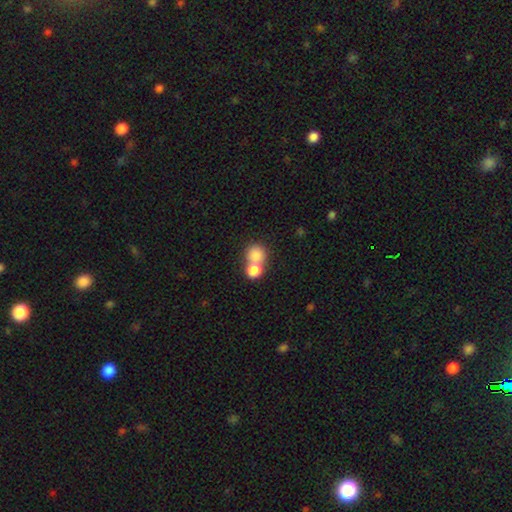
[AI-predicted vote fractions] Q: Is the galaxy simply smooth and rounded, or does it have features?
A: smooth — 81%.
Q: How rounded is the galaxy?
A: round — 81%.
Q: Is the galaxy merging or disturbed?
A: merger — 52%.